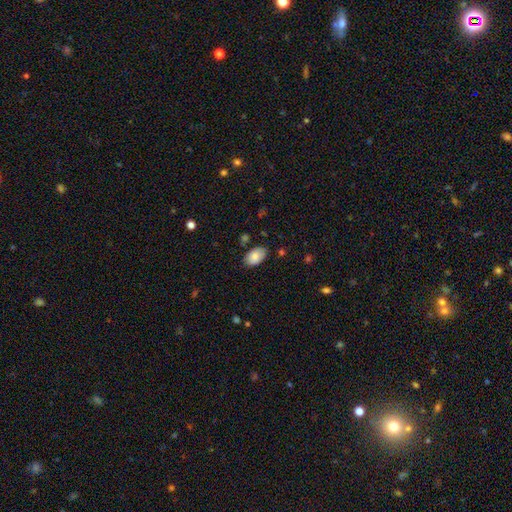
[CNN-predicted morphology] This appears to be a smooth galaxy with no disk features (84%) that is in between round and cigar-shaped (94%). Merging: none (80%).